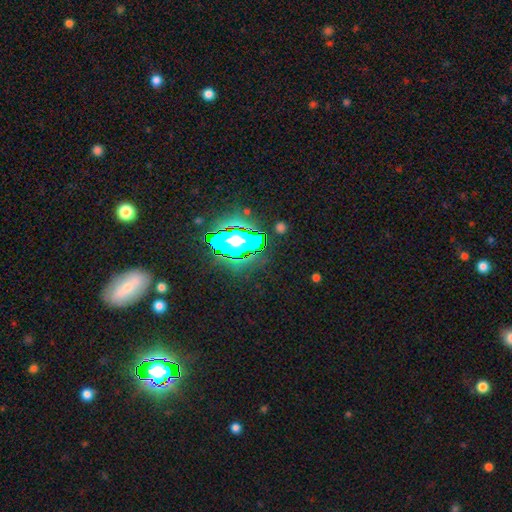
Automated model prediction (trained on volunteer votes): Morphology: type=star or artifact (54%).